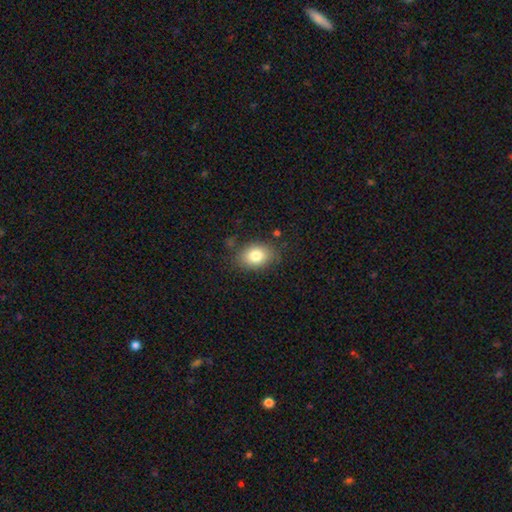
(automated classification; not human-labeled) The model was most divided on "how rounded": in between: 74%, round: 25%, cigar-shaped: 1%. More confident: smooth or featured — smooth (81%); merging — none (79%).